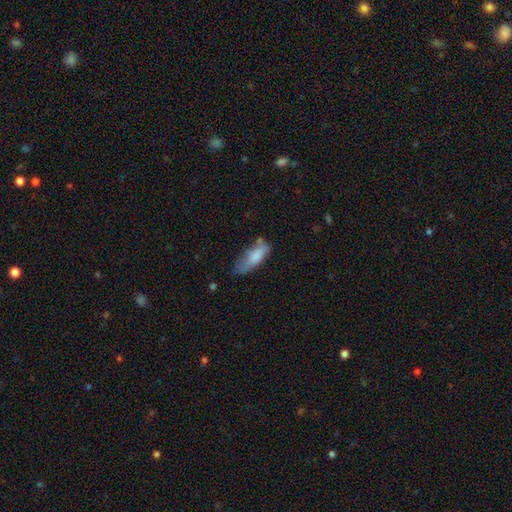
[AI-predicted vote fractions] The model was most divided on "merging": none: 40%, minor disturbance: 37%, major disturbance: 16%, merger: 7%. More confident: smooth or featured — smooth (77%); how rounded — in between (69%).